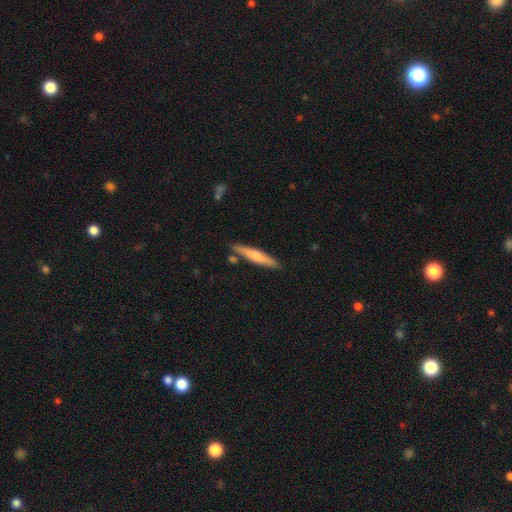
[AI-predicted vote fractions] Smooth or featured?
  - smooth: 63% *
  - featured or disk: 32%
  - star or artifact: 5%
How rounded?
  - cigar-shaped: 91% *
  - in between: 8%
  - round: 1%
Merging?
  - none: 82% *
  - minor disturbance: 11%
  - merger: 4%
  - major disturbance: 2%